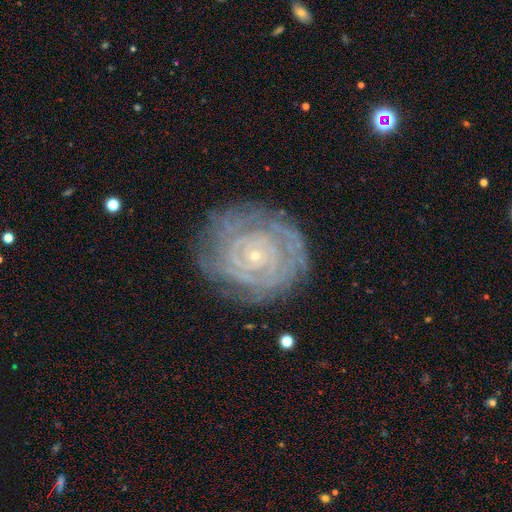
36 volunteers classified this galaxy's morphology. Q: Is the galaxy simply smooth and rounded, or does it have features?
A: featured or disk — 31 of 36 (86%).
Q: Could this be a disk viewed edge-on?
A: no — 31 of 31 (100%).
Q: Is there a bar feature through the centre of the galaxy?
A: no — 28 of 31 (90%).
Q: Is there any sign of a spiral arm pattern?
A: yes — 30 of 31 (97%).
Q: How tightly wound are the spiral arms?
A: tight — 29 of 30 (97%).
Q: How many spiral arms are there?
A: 2 — 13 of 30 (43%).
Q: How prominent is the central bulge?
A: small — 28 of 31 (90%).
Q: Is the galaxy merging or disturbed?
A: none — 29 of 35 (83%).